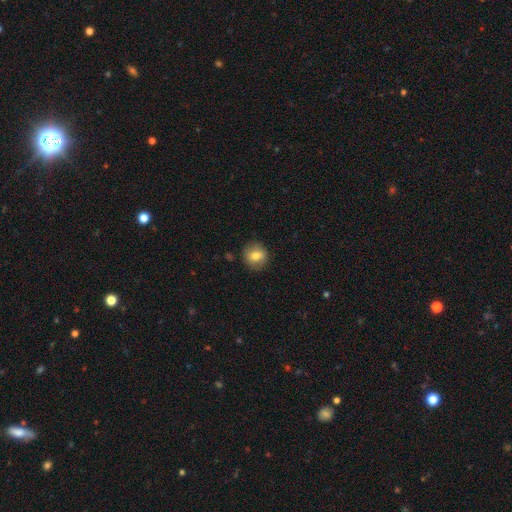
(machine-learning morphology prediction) smooth_or_featured: smooth (p=0.76) [alt: featured or disk p=0.15]
how_rounded: round (p=0.84) [alt: in between p=0.14]
merging: none (p=0.87) [alt: minor disturbance p=0.09]